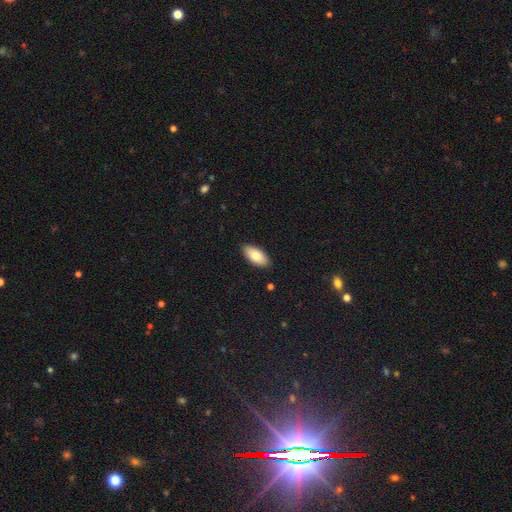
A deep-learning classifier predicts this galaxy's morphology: Smooth or featured? smooth (79%)
How rounded? in between (92%)
Merging? none (90%)